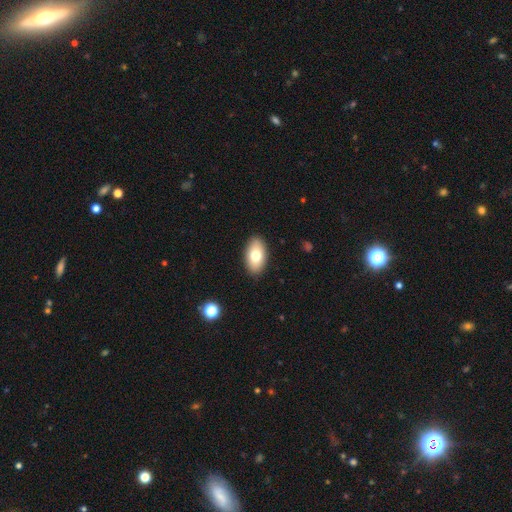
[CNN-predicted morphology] Q: Smooth or featured?
A: smooth (75%); runner-up: featured or disk (18%)
Q: How rounded?
A: in between (93%); runner-up: round (5%)
Q: Merging?
A: none (89%); runner-up: minor disturbance (8%)